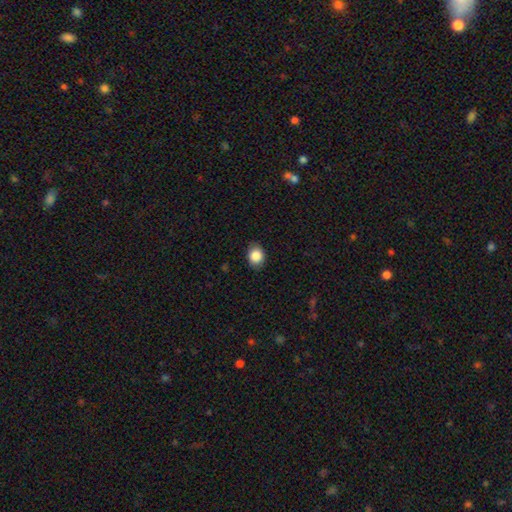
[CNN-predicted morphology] type=smooth (86%); roundness=round (52%); merging=none (86%).